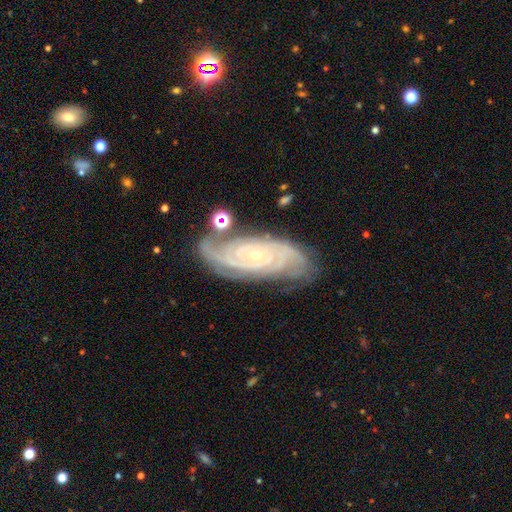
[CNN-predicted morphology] Smooth or featured? Predicted: featured or disk (p=0.90). Edge-on disk? Predicted: no (p=0.95). Bar? Predicted: no (p=0.72). Spiral arms? Predicted: yes (p=0.98). Spiral winding? Predicted: tight (p=0.79). Spiral arm count? Predicted: 2 (p=0.28). Bulge size? Predicted: small (p=0.83). Merging? Predicted: none (p=0.72).